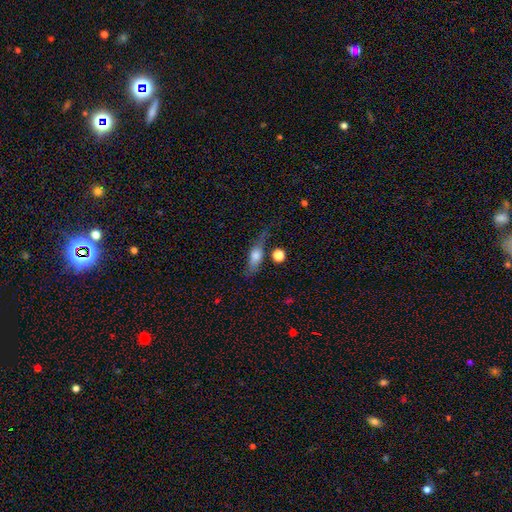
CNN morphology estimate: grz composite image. It shows a smooth galaxy with no disk features (55%) that is in between round and cigar-shaped (57%). Merging: none (53%).